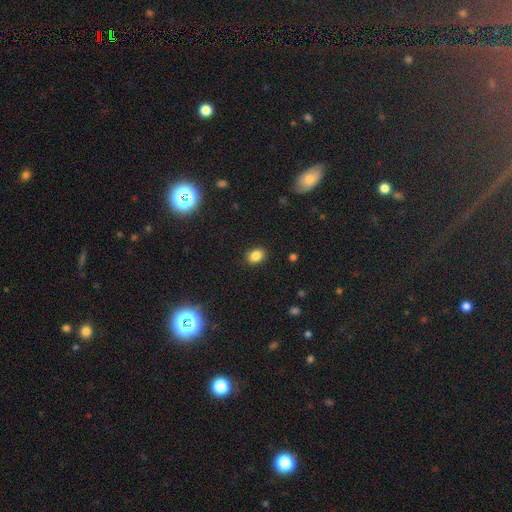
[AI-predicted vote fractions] smooth-or-featured: smooth: 85% | star or artifact: 11% | featured or disk: 5%
  how-rounded: in between: 70% | round: 28% | cigar-shaped: 1%
  merging: none: 87% | minor disturbance: 9% | major disturbance: 2% | merger: 1%